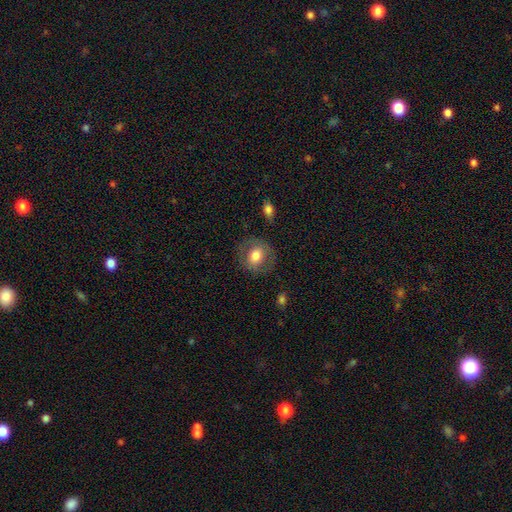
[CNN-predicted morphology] Q: Smooth or featured?
A: smooth (66%); runner-up: featured or disk (27%)
Q: How rounded?
A: round (76%); runner-up: in between (23%)
Q: Merging?
A: none (80%); runner-up: minor disturbance (13%)